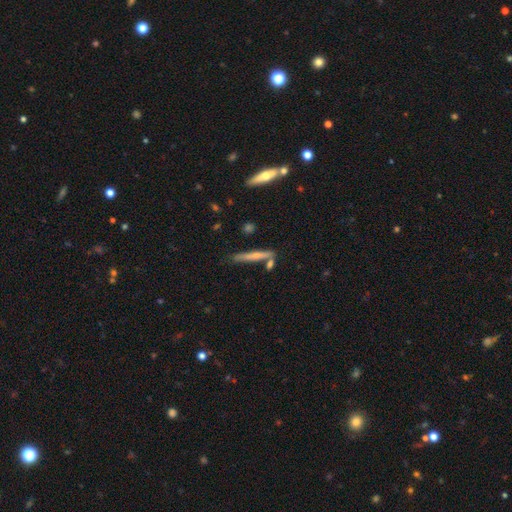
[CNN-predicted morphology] Overall: smooth (50%; featured or disk 43%). How rounded: cigar-shaped (93%). Merging: none (72%).